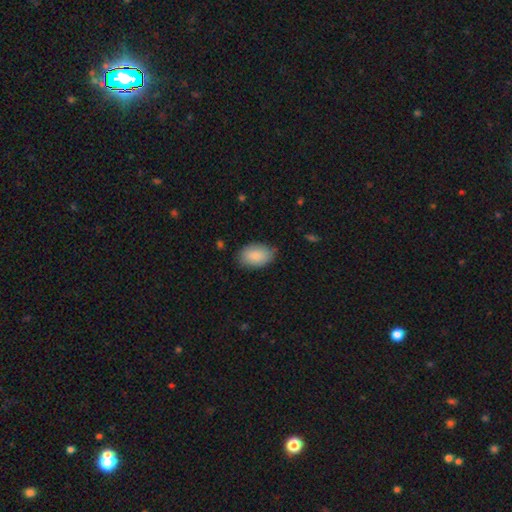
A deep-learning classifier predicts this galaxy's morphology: The model was most divided on "merging": none: 79%, minor disturbance: 17%, major disturbance: 3%, merger: 1%. More confident: how rounded — in between (89%); smooth or featured — smooth (87%).